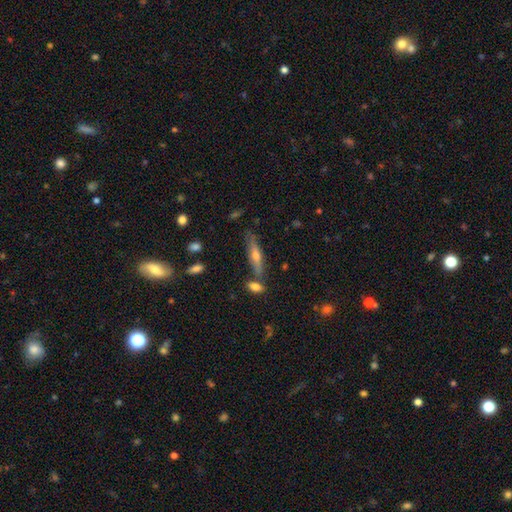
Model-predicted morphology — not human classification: A featured or disk galaxy (56%) viewed edge-on (89%) with a rounded central bulge (88%).

Vote fractions:
- Smooth or featured? featured or disk: 56% / smooth: 34% / star or artifact: 10%
- Edge-on disk? yes: 89% / no: 11%
- Edge-on bulge? rounded: 88% / none: 7% / boxy: 4%
- Merging? none: 72% / minor disturbance: 14% / merger: 11% / major disturbance: 4%